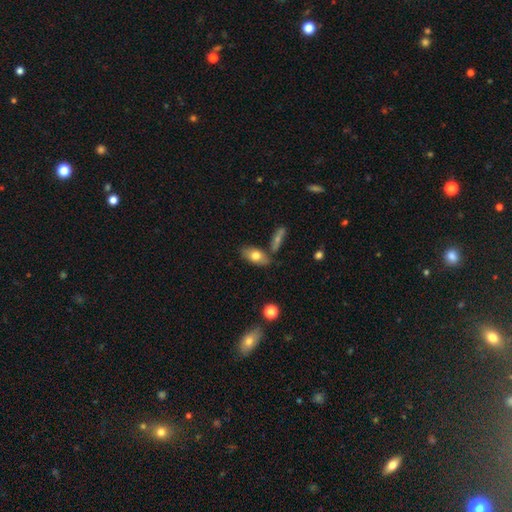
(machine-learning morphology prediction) A smooth galaxy with no disk features (72%) that is in between round and cigar-shaped (87%). Merging: none (70%).